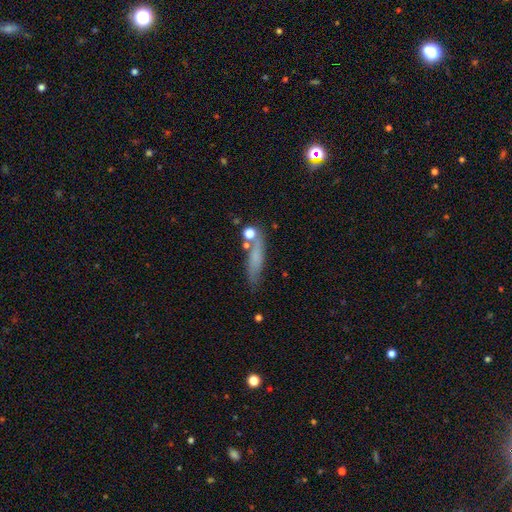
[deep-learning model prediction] Smooth or featured? Predicted: smooth (p=0.62). How rounded? Predicted: cigar-shaped (p=0.76). Merging? Predicted: none (p=0.68).